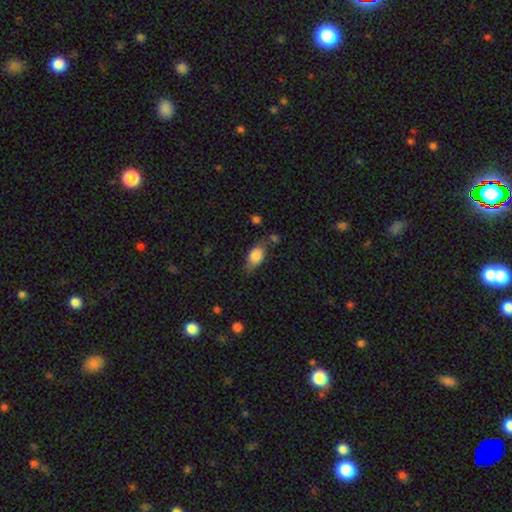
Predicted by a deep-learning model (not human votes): The model was most divided on "merging": none: 56%, minor disturbance: 28%, major disturbance: 9%, merger: 7%. More confident: how rounded — in between (85%); smooth or featured — smooth (80%).